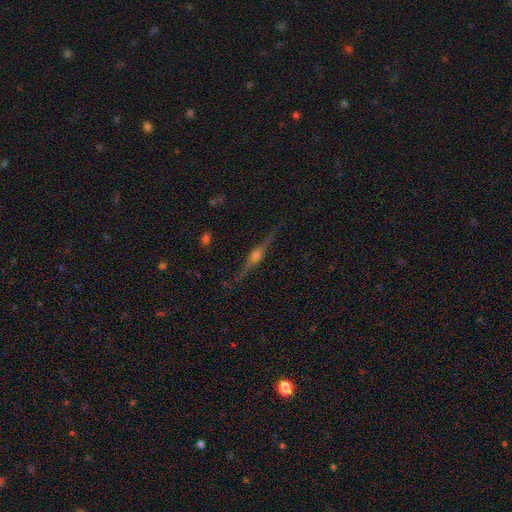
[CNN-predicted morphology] smooth-or-featured: featured or disk: 82% | smooth: 9% | star or artifact: 8%
  disk-edge-on: yes: 98% | no: 2%
    edge-on-bulge: rounded: 91% | boxy: 6% | none: 2%
  merging: none: 88% | minor disturbance: 9% | major disturbance: 2% | merger: 1%